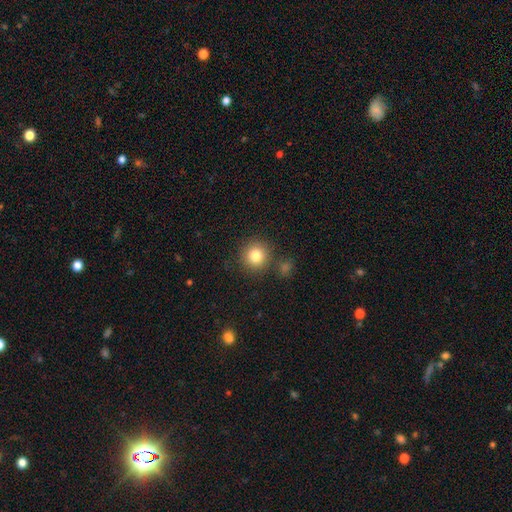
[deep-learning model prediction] smooth 82%, star or artifact 11%, featured or disk 7%. Down the decision tree: how rounded — round (93%); merging — none (84%).